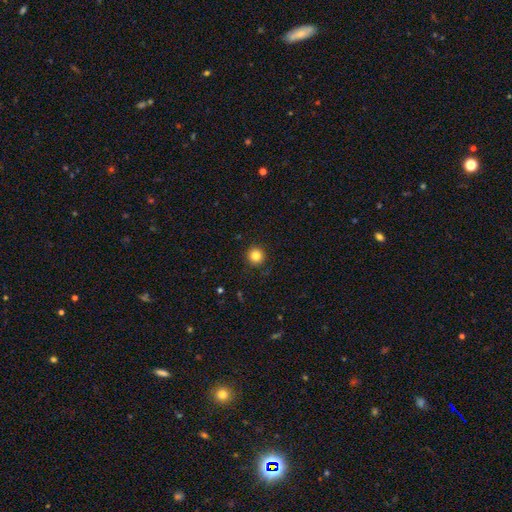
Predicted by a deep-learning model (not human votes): Smooth or featured? Predicted: smooth (p=0.84). How rounded? Predicted: round (p=0.95). Merging? Predicted: none (p=0.91).